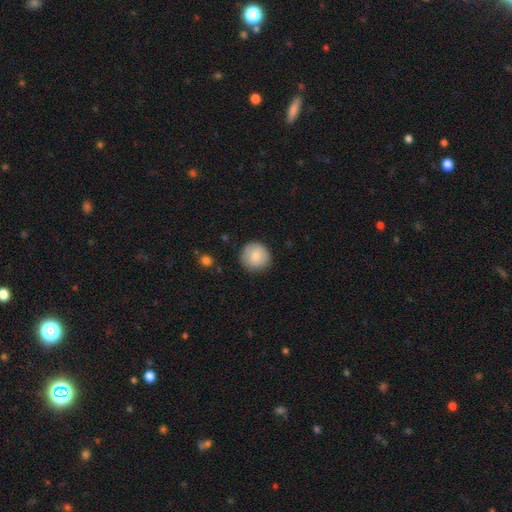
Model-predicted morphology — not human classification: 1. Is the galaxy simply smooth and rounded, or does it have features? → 80% smooth, 13% featured or disk, 7% star or artifact.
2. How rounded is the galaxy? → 94% round, 5% in between, 1% cigar-shaped.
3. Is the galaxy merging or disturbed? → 87% none, 10% minor disturbance, 2% major disturbance, 1% merger.